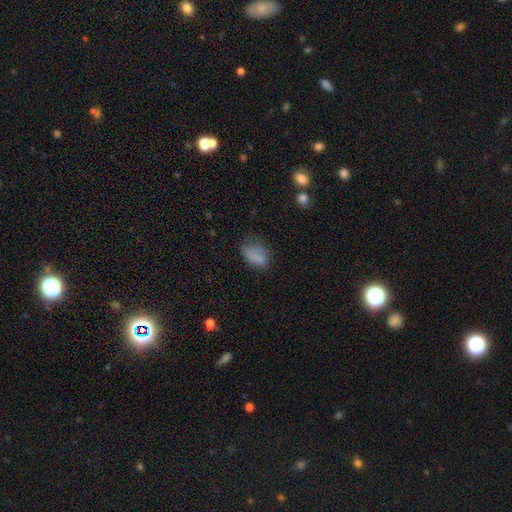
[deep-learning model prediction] smooth-or-featured: smooth: 78% | star or artifact: 11% | featured or disk: 11%
  how-rounded: in between: 88% | round: 10% | cigar-shaped: 3%
  merging: none: 52% | minor disturbance: 30% | major disturbance: 15% | merger: 3%